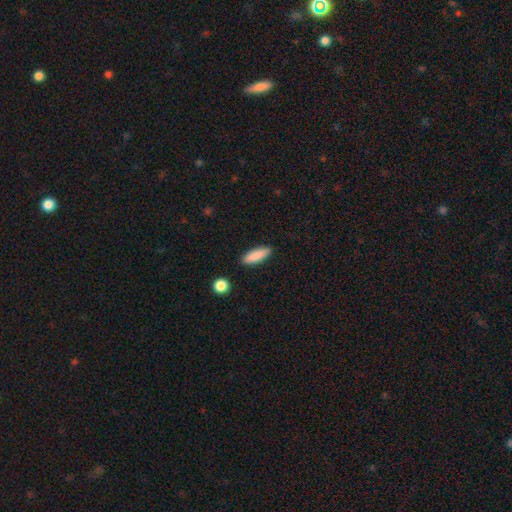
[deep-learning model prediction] This appears to be a smooth galaxy with no disk features (88%) that is in between round and cigar-shaped (55%). Merging: none (88%).